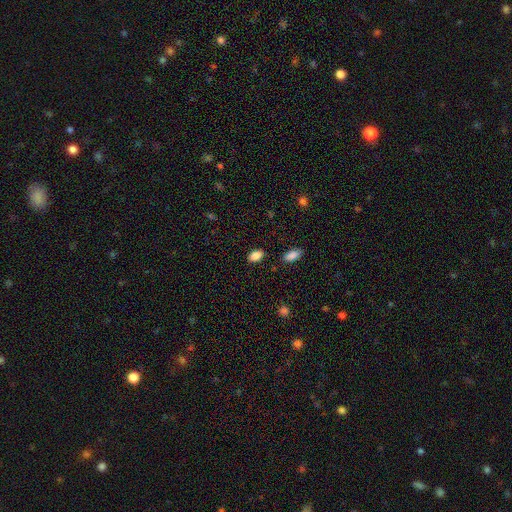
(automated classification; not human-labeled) Morphology: type=smooth (86%); roundness=in between (88%); merging=none (85%).